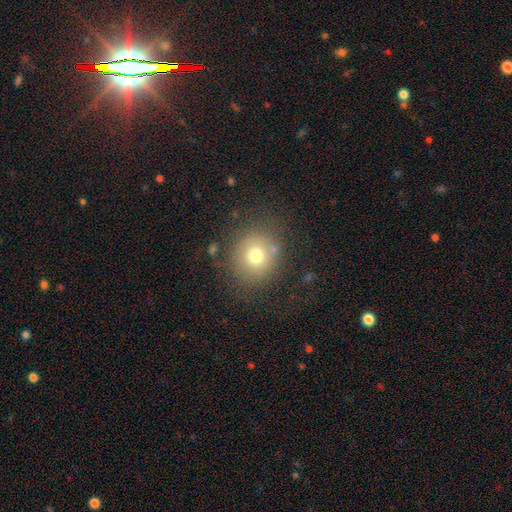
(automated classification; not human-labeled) A smooth galaxy with no disk features (72%) that is round (84%). Merging: none (78%).